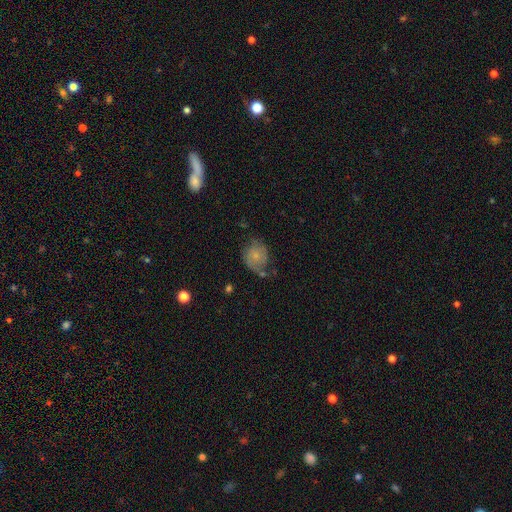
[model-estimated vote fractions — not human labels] Smooth or featured? Predicted: featured or disk (p=0.49). Merging? Predicted: none (p=0.53).